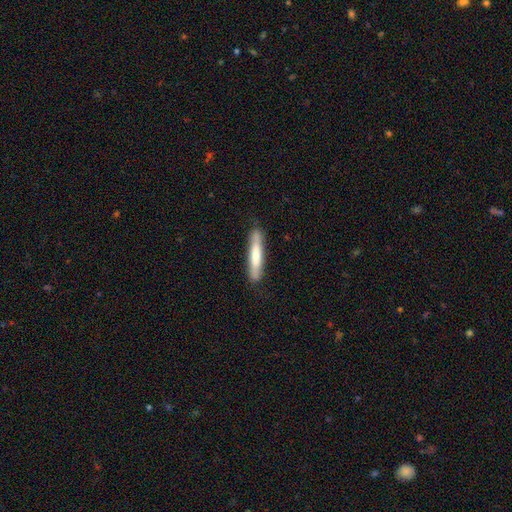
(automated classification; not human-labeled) smooth-or-featured: smooth: 65% | featured or disk: 30% | star or artifact: 5%
  how-rounded: cigar-shaped: 91% | in between: 7% | round: 1%
  merging: none: 85% | minor disturbance: 12% | major disturbance: 2% | merger: 1%